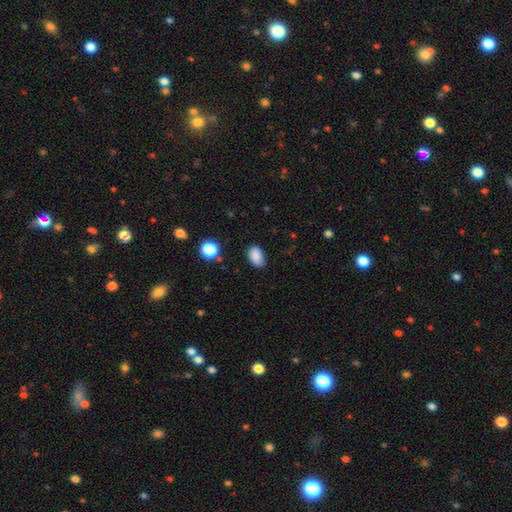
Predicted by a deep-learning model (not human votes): Smooth or featured? Predicted: smooth (p=0.86). How rounded? Predicted: in between (p=0.90). Merging? Predicted: none (p=0.76).